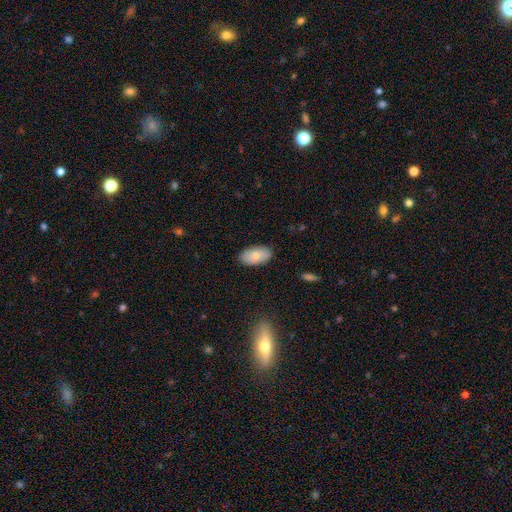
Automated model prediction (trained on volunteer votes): Smooth or featured?
  - smooth: 80% *
  - featured or disk: 14%
  - star or artifact: 6%
How rounded?
  - in between: 94% *
  - round: 3%
  - cigar-shaped: 2%
Merging?
  - none: 86% *
  - minor disturbance: 11%
  - major disturbance: 2%
  - merger: 1%